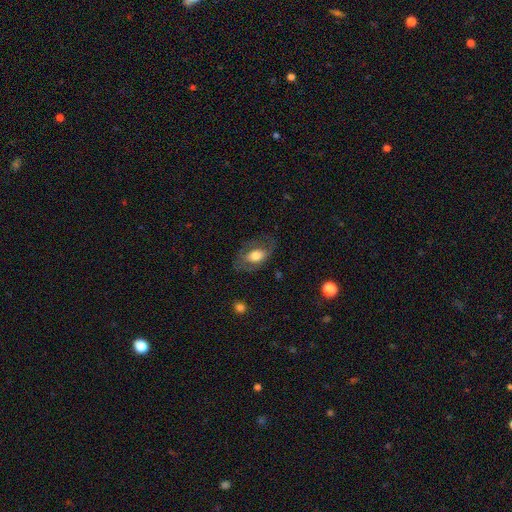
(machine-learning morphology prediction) Q: Smooth or featured?
A: smooth (51%); runner-up: featured or disk (42%)
Q: How rounded?
A: in between (86%); runner-up: round (12%)
Q: Merging?
A: none (60%); runner-up: minor disturbance (21%)